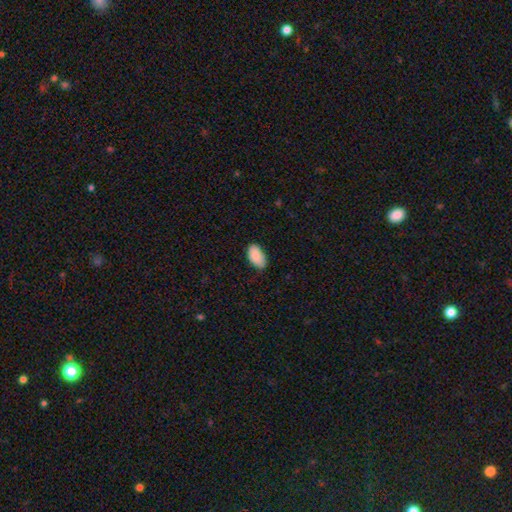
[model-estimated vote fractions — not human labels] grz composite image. It shows a smooth galaxy with no disk features (89%) that is in between round and cigar-shaped (95%). Merging: none (77%).